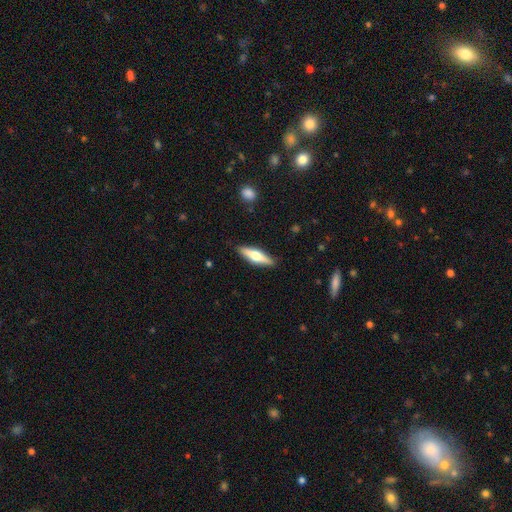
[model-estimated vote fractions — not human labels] Morphology: type=featured or disk (53%); edge-on=yes (94%); merging=none (88%).